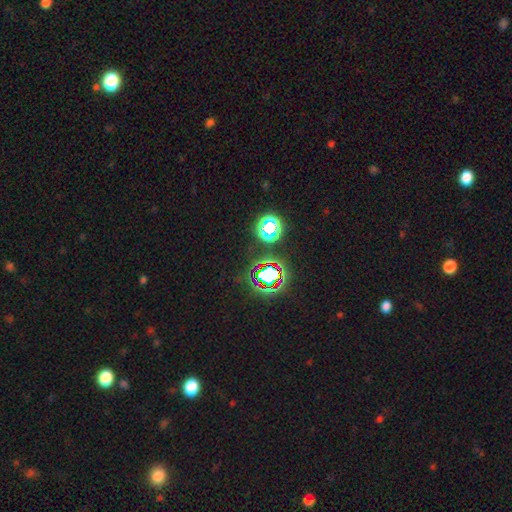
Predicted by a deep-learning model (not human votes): A star or artifact, not a galaxy (79%).